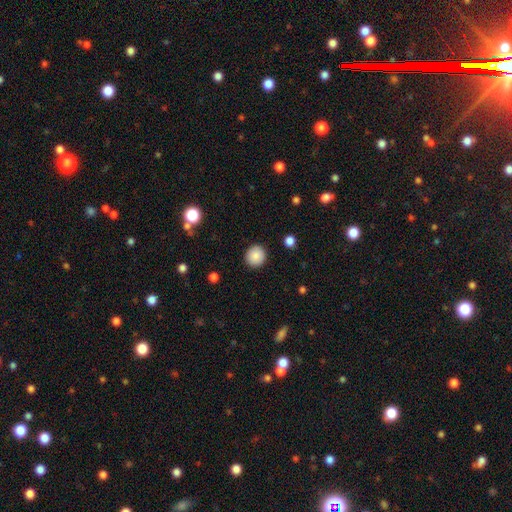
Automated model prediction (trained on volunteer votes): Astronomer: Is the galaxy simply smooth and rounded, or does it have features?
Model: smooth — 86%.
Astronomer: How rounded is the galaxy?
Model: round — 92%.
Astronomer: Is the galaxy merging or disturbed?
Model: none — 91%.